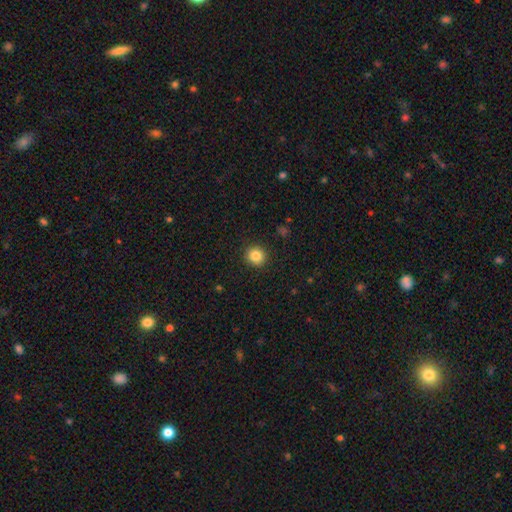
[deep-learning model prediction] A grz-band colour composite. It shows a smooth galaxy with no disk features (85%) that is round (90%). Merging: none (91%).